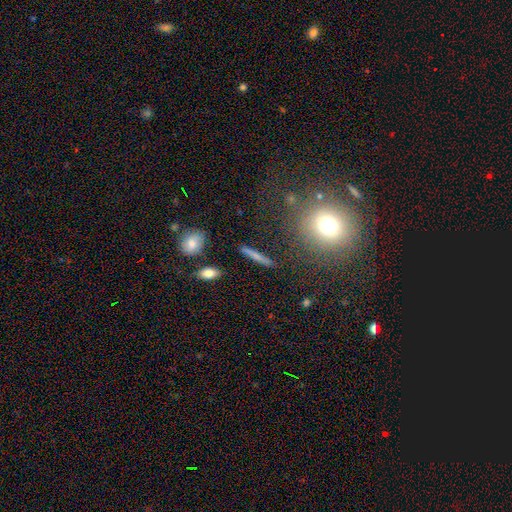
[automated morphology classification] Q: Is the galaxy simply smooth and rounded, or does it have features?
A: smooth — 58%.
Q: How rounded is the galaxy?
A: cigar-shaped — 88%.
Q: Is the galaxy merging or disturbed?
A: none — 87%.